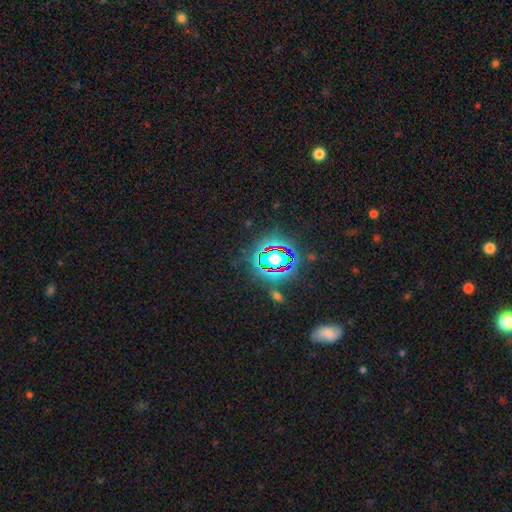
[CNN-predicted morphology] type=star or artifact (80%).